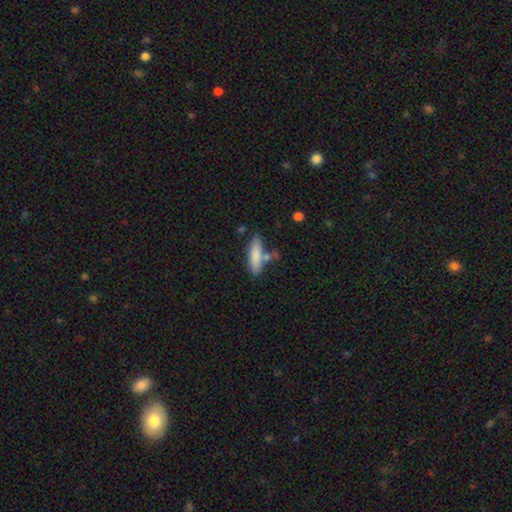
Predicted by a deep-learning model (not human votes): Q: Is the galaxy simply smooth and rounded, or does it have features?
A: smooth — 81%.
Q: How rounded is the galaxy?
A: cigar-shaped — 63%.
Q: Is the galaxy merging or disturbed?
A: none — 66%.